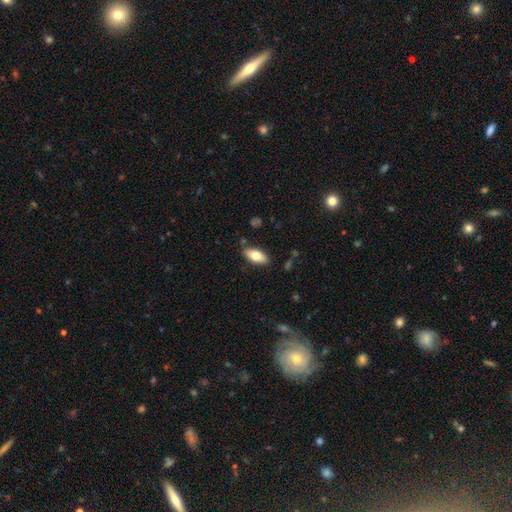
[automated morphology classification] This appears to be a smooth galaxy with no disk features (74%) that is in between round and cigar-shaped (89%). Merging: none (85%).